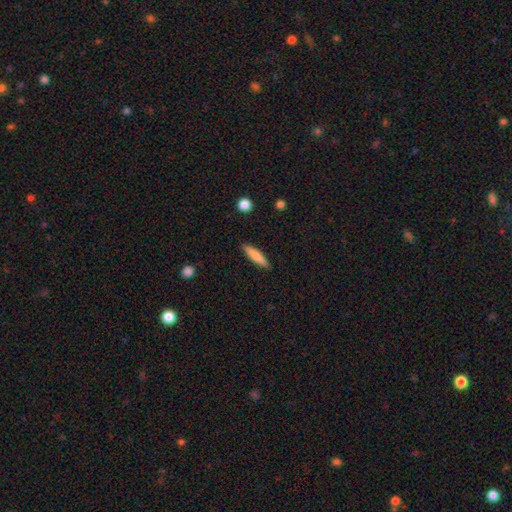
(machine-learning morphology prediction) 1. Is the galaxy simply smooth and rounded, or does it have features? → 78% smooth, 16% featured or disk, 6% star or artifact.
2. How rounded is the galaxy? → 83% cigar-shaped, 16% in between, 1% round.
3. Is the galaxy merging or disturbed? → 89% none, 8% minor disturbance, 2% major disturbance, 1% merger.